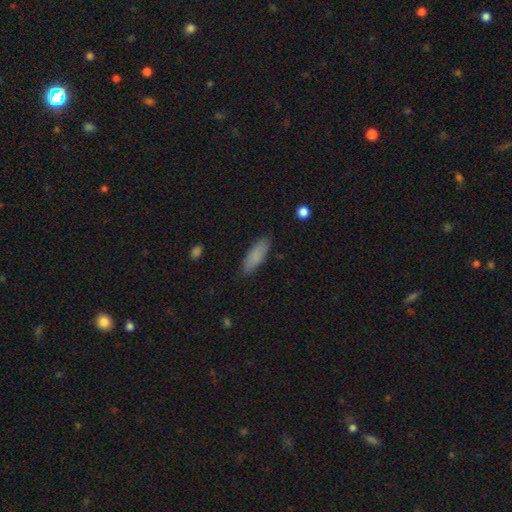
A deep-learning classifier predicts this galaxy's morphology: A smooth galaxy with no disk features (85%) that is in between round and cigar-shaped (58%). Merging: none (85%).